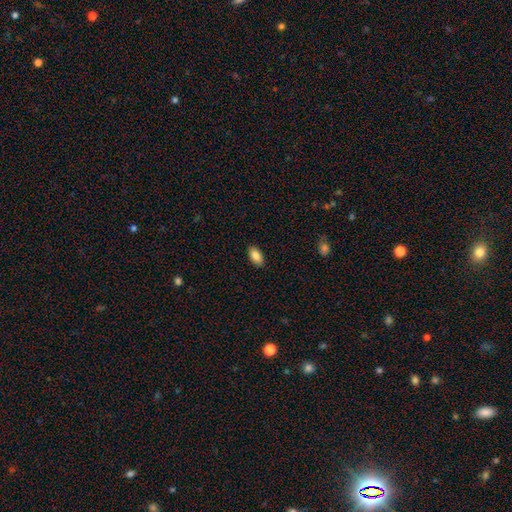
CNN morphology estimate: Smooth or featured?
  - smooth: 86% *
  - star or artifact: 7%
  - featured or disk: 7%
How rounded?
  - in between: 93% *
  - cigar-shaped: 4%
  - round: 3%
Merging?
  - none: 89% *
  - minor disturbance: 8%
  - major disturbance: 2%
  - merger: 1%